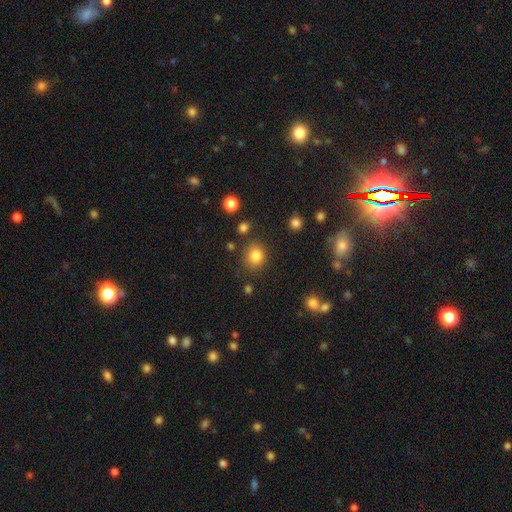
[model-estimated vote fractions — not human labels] Overall: smooth (83%). How rounded: round (79%). Merging: none (81%).